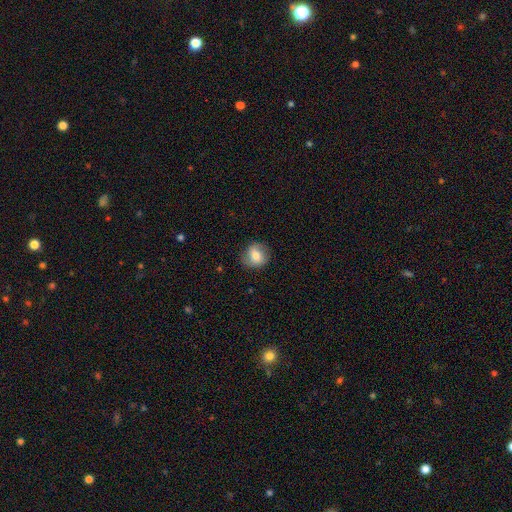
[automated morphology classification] A smooth galaxy with no disk features (66%) that is round (77%).

Vote fractions:
- Smooth or featured? smooth: 66% / featured or disk: 25% / star or artifact: 9%
- How rounded? round: 77% / in between: 22% / cigar-shaped: 1%
- Merging? none: 78% / minor disturbance: 16% / major disturbance: 5% / merger: 1%